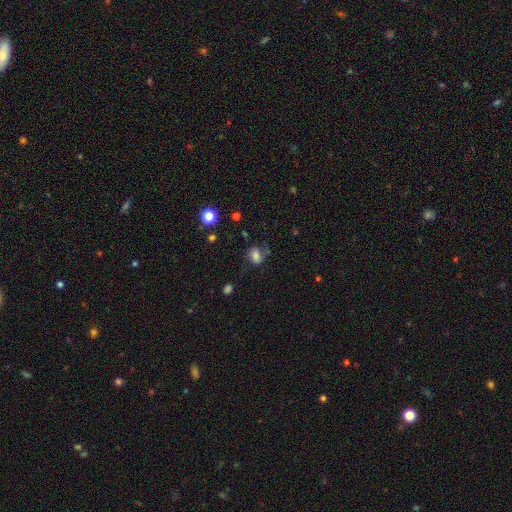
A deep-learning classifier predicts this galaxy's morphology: smooth_or_featured: smooth (p=0.54) [alt: featured or disk p=0.32]
how_rounded: in between (p=0.56) [alt: round p=0.43]
merging: none (p=0.54) [alt: minor disturbance p=0.25]